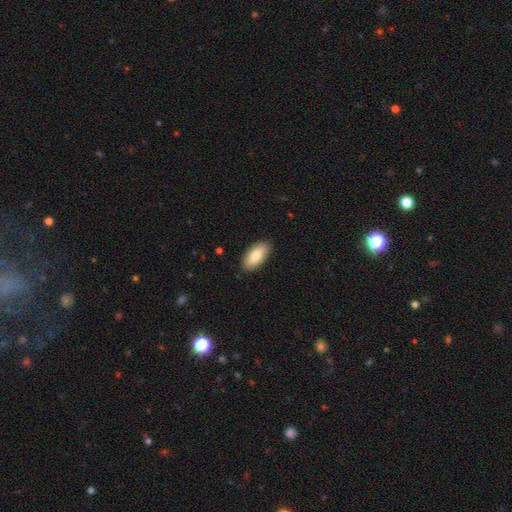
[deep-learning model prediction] This appears to be a smooth galaxy with no disk features (83%) that is in between round and cigar-shaped (92%). Merging: none (89%).